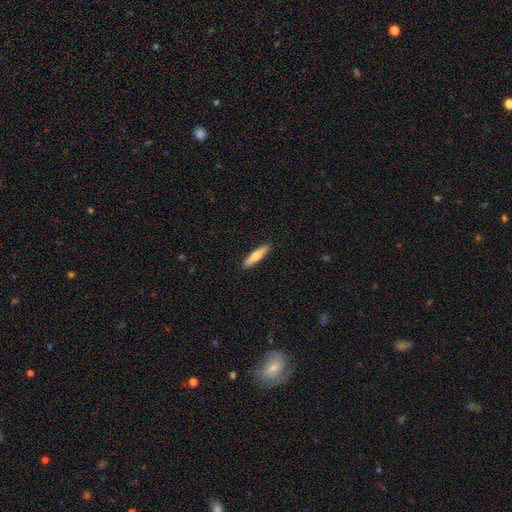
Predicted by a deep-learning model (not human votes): Overall: smooth (70%). How rounded: cigar-shaped (82%). Merging: none (91%).